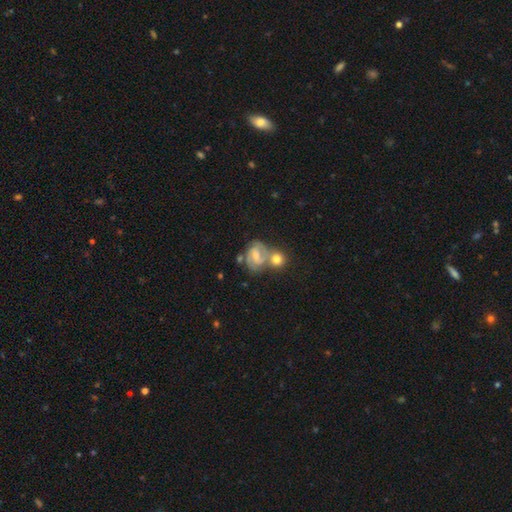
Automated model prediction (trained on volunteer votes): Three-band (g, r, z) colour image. It shows a featured or disk galaxy (63%) with a weak bar (51%), 2 (61%) medium (45%) spiral arms (86%) and a moderate central bulge (43%). Merging: merger (43%).